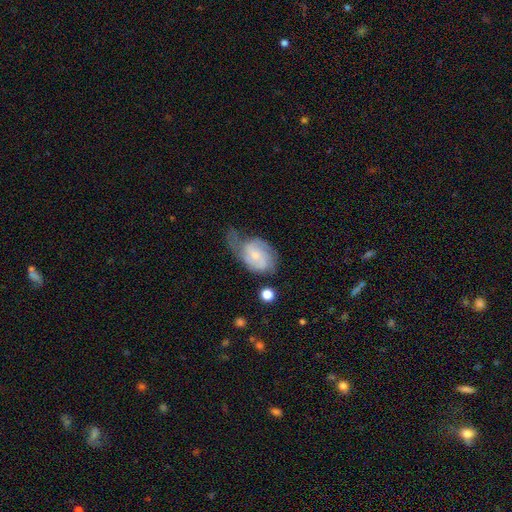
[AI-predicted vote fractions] This is likely a featured or disk galaxy (65%). It is clearly not viewed edge-on (97%). Bar: possibly no (58%). Spiral arm pattern: clearly yes (88%). Spiral arm count: possibly 2 (46%). Spiral winding: marginally medium (44%). Central bulge: possibly small (58%). Merging: marginally major disturbance (33%, tied with minor disturbance).